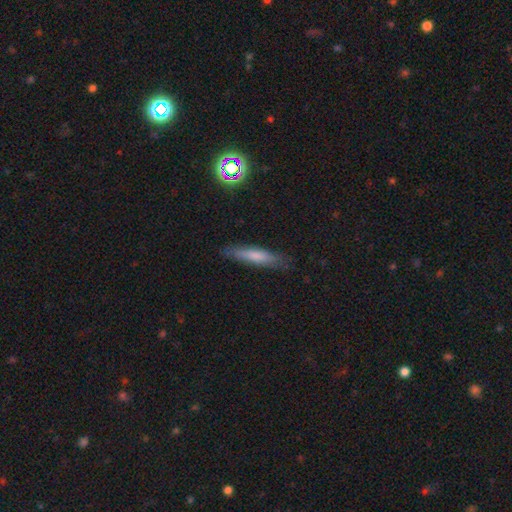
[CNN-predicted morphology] Q: Smooth or featured?
A: smooth (70%); runner-up: featured or disk (23%)
Q: How rounded?
A: cigar-shaped (86%); runner-up: in between (12%)
Q: Merging?
A: none (83%); runner-up: minor disturbance (13%)